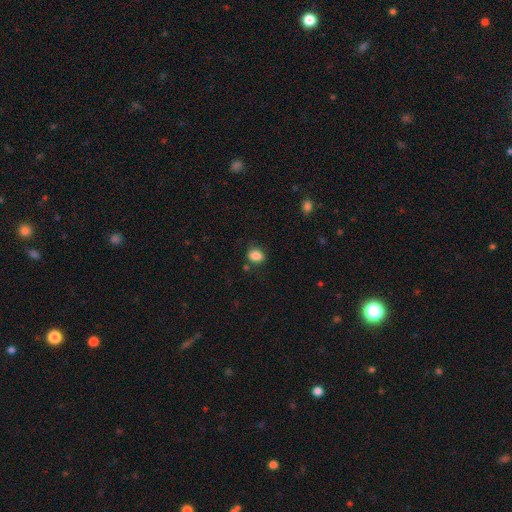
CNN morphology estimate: Smooth or featured: smooth — 86% (star or artifact — 9%)
How rounded: in between — 60% (round — 39%)
Merging: none — 79% (minor disturbance — 13%)